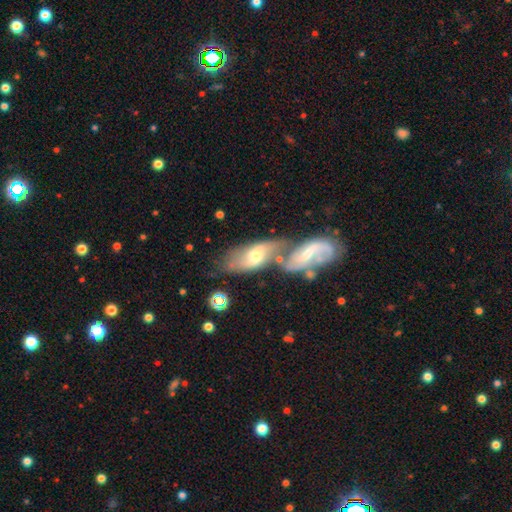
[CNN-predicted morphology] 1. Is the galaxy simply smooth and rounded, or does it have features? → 51% featured or disk, 42% smooth, 7% star or artifact.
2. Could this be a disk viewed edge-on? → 82% no, 18% yes.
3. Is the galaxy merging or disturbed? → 41% merger, 37% none, 14% minor disturbance, 7% major disturbance.